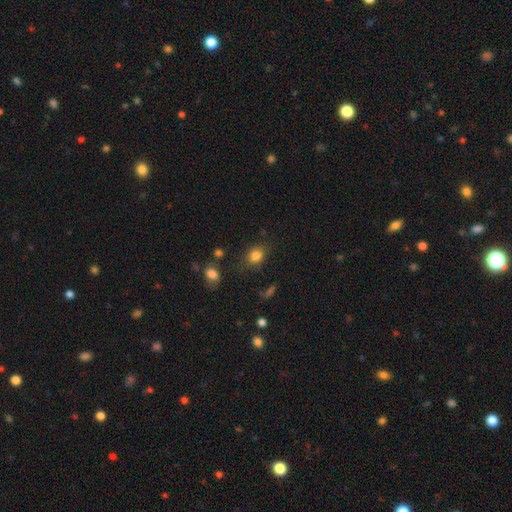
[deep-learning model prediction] Morphology: type=smooth (82%); roundness=in between (51%); merging=none (73%).